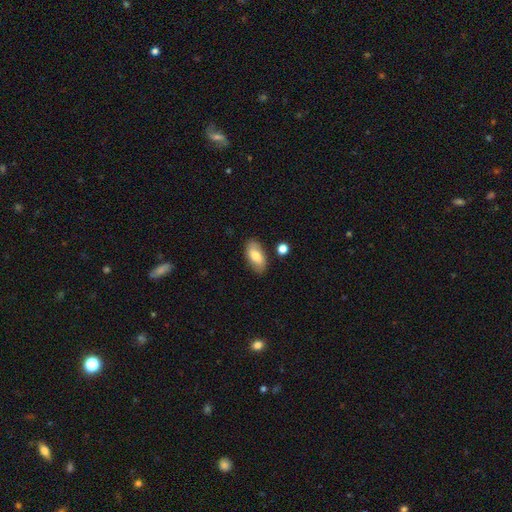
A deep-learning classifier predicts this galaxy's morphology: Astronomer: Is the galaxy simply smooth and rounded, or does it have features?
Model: smooth — 72%.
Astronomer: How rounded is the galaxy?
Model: in between — 90%.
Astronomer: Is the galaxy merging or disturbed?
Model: none — 80%.